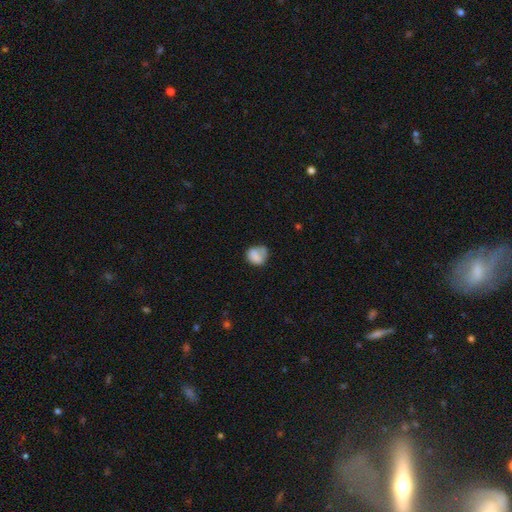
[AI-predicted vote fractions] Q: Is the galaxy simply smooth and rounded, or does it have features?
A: smooth — 75%.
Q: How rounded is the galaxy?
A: round — 63%.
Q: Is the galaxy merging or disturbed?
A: none — 46%.